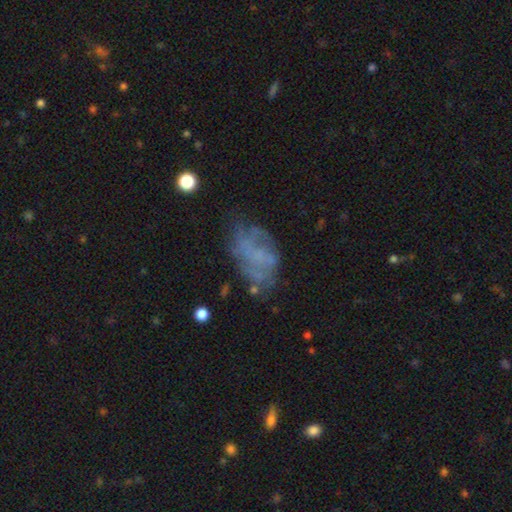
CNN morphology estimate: featured or disk 55%, smooth 31%, star or artifact 13%. Down the decision tree: edge-on disk — no (97%); bar — no (79%); spiral arms — no (56%); bulge size — none (75%); merging — none (52%).